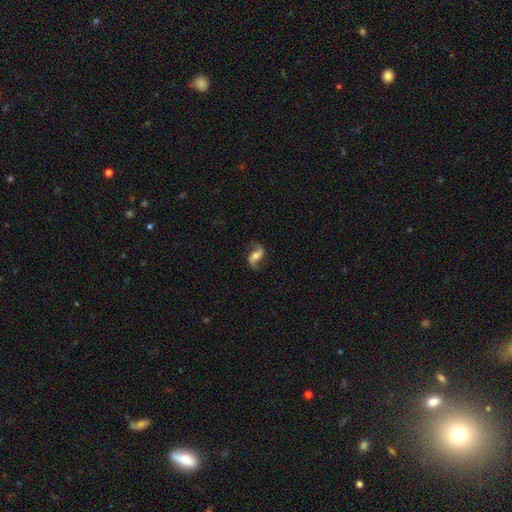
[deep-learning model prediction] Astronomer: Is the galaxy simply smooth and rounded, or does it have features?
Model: featured or disk — 76%.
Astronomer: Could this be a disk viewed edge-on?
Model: no — 96%.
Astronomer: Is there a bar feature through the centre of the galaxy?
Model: weak — 38% (runner-up: no, 36%).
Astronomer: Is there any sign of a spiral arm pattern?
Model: yes — 94%.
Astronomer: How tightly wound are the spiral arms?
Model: loose — 72%.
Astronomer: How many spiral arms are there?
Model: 2 — 92%.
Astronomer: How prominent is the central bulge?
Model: moderate — 52% (runner-up: small, 30%).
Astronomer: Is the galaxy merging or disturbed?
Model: none — 79%.